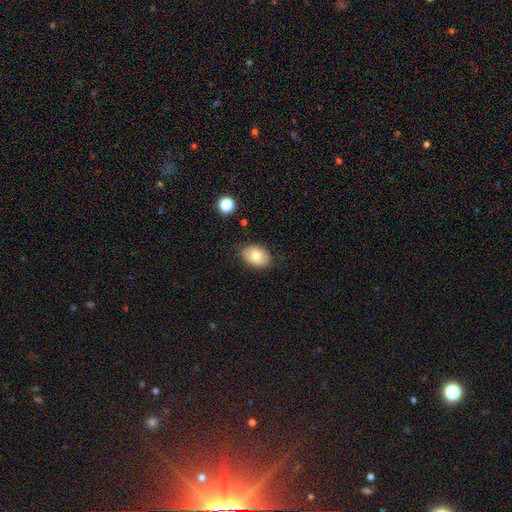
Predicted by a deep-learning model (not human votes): smooth_or_featured: smooth (p=0.74) [alt: featured or disk p=0.18]
how_rounded: in between (p=0.82) [alt: round p=0.17]
merging: none (p=0.82) [alt: minor disturbance p=0.13]